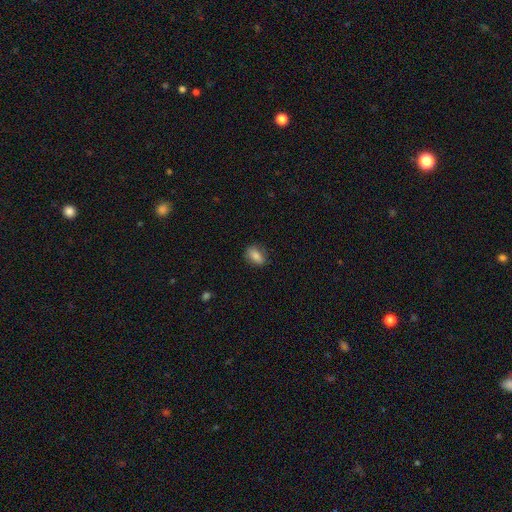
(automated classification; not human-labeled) smooth_or_featured: smooth (p=0.83) [alt: featured or disk p=0.09]
how_rounded: in between (p=0.83) [alt: round p=0.12]
merging: none (p=0.80) [alt: minor disturbance p=0.16]